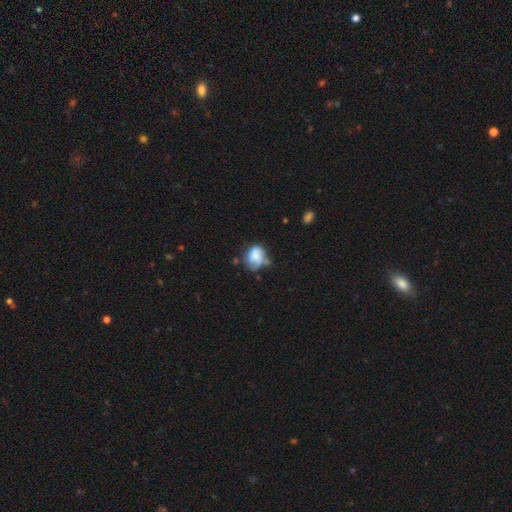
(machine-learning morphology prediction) smooth-or-featured: smooth: 64% | featured or disk: 27% | star or artifact: 9%
  how-rounded: in between: 54% | round: 45% | cigar-shaped: 1%
  merging: none: 39% | minor disturbance: 34% | major disturbance: 16% | merger: 10%